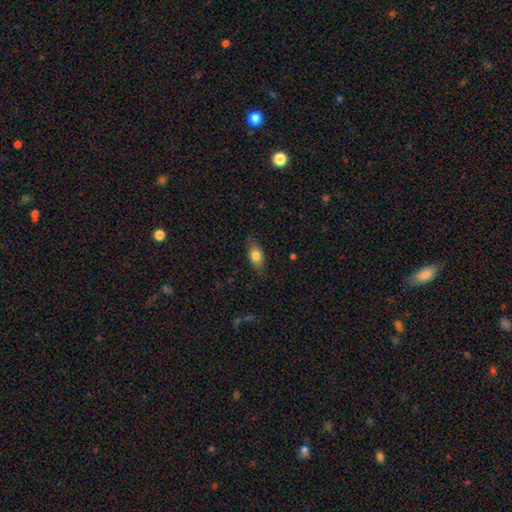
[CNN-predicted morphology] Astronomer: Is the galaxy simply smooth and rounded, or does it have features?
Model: smooth — 75%.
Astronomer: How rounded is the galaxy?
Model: in between — 81%.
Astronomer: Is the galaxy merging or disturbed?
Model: none — 81%.